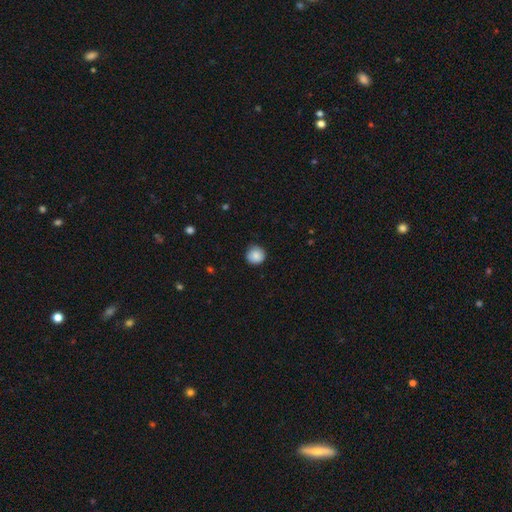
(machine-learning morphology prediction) Overall: smooth (87%). How rounded: round (94%). Merging: none (87%).